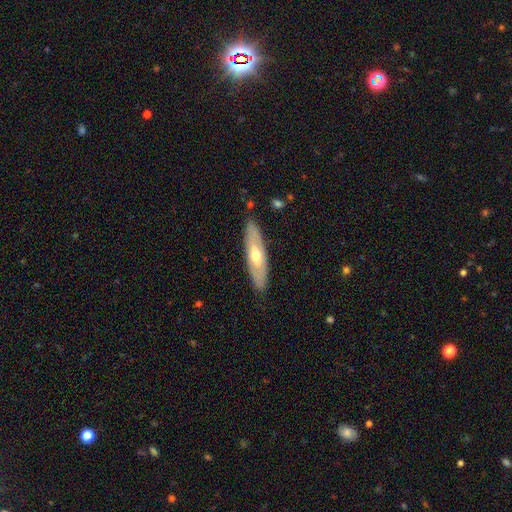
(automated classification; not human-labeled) A featured or disk galaxy (52%) viewed edge-on (57%).

Vote fractions:
- Smooth or featured? featured or disk: 52% / smooth: 41% / star or artifact: 7%
- Edge-on disk? yes: 57% / no: 43%
- Merging? none: 86% / minor disturbance: 11% / major disturbance: 2% / merger: 1%